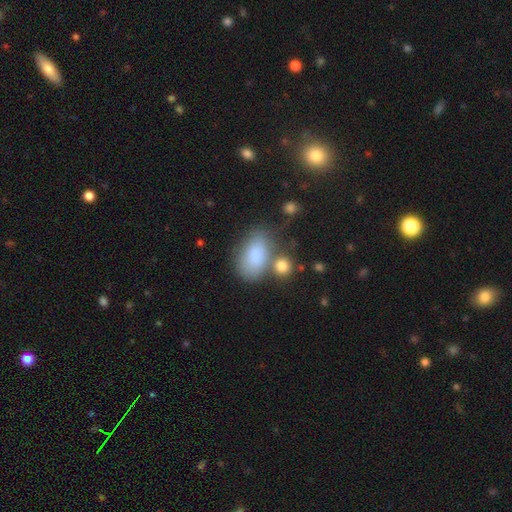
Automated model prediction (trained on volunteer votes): Morphology: type=smooth (83%); roundness=in between (90%); merging=none (53%).